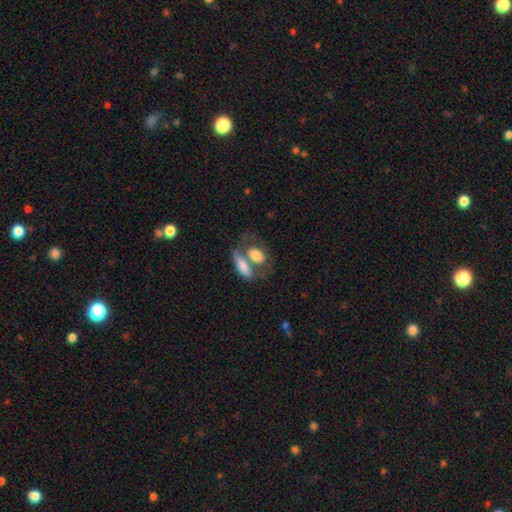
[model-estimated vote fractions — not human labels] smooth-or-featured: smooth: 73% | featured or disk: 20% | star or artifact: 6%
  how-rounded: in between: 86% | round: 9% | cigar-shaped: 5%
  merging: merger: 52% | none: 30% | minor disturbance: 11% | major disturbance: 8%